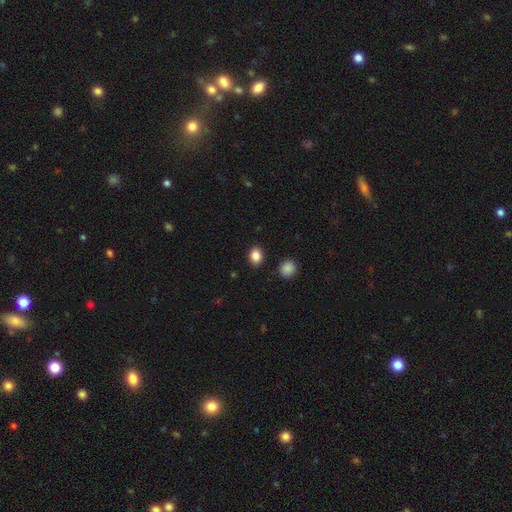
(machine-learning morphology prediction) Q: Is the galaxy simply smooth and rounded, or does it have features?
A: smooth — 86%.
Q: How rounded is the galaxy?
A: in between — 58%.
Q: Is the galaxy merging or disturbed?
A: none — 88%.